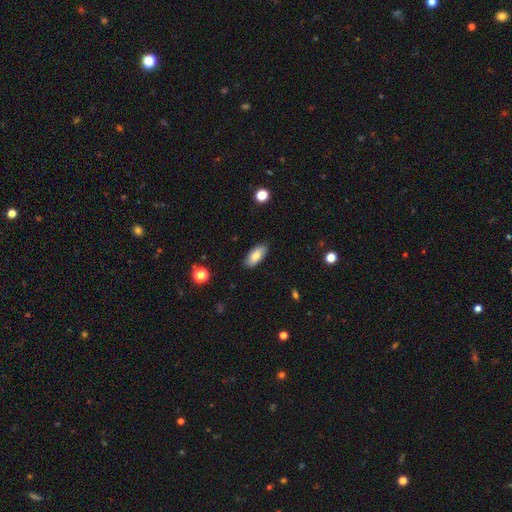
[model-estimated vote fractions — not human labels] A smooth galaxy with no disk features (79%) that is in between round and cigar-shaped (89%).

Vote fractions:
- Smooth or featured? smooth: 79% / featured or disk: 14% / star or artifact: 7%
- How rounded? in between: 89% / cigar-shaped: 9% / round: 2%
- Merging? none: 87% / minor disturbance: 10% / major disturbance: 2% / merger: 1%